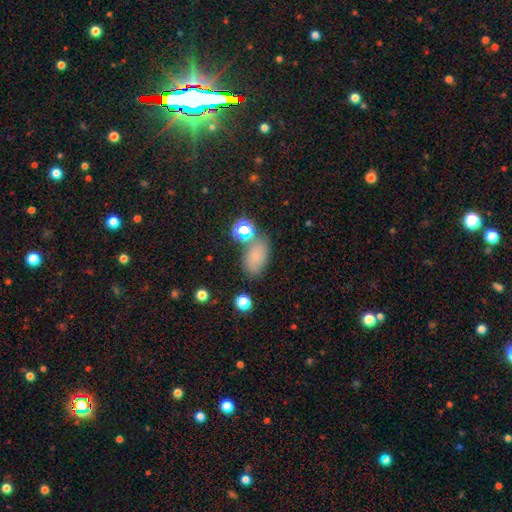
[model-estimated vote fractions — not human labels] Smooth or featured?
  - smooth: 72% *
  - star or artifact: 18%
  - featured or disk: 10%
How rounded?
  - in between: 86% *
  - round: 12%
  - cigar-shaped: 2%
Merging?
  - none: 67% *
  - minor disturbance: 17%
  - merger: 10%
  - major disturbance: 6%